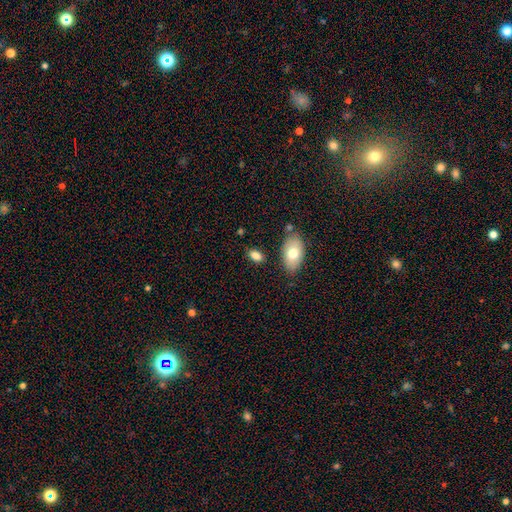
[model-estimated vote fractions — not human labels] Smooth or featured?
  - smooth: 81% *
  - featured or disk: 10%
  - star or artifact: 9%
How rounded?
  - in between: 89% *
  - round: 8%
  - cigar-shaped: 4%
Merging?
  - none: 77% *
  - minor disturbance: 13%
  - merger: 6%
  - major disturbance: 4%